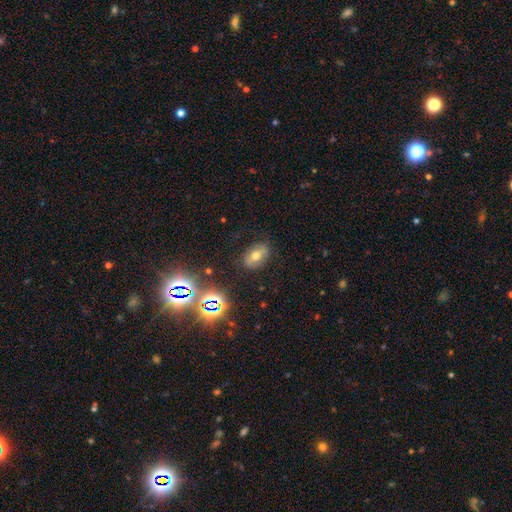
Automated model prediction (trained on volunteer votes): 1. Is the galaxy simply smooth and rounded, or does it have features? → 49% smooth, 29% featured or disk, 22% star or artifact.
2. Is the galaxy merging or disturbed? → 83% none, 11% minor disturbance, 4% major disturbance, 2% merger.